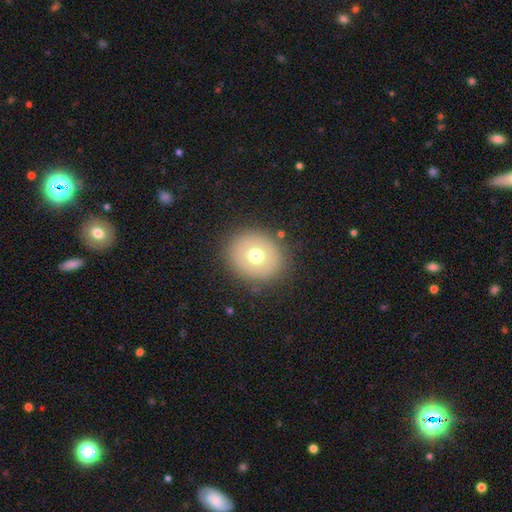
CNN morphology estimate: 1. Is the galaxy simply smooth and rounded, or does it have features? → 67% smooth, 21% featured or disk, 13% star or artifact.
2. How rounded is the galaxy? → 77% round, 22% in between, 1% cigar-shaped.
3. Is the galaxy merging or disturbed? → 85% none, 9% minor disturbance, 4% major disturbance, 2% merger.